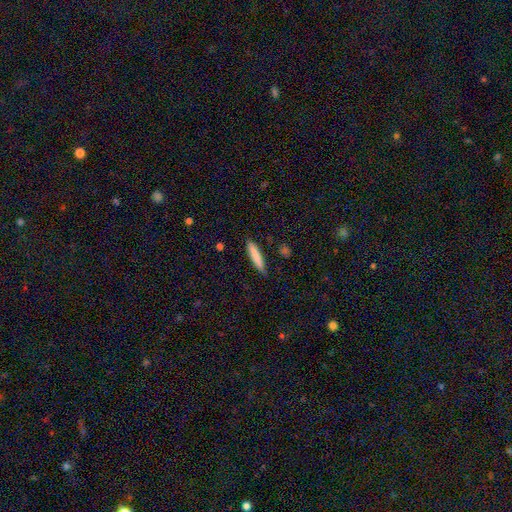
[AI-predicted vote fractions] Smooth or featured?
  - smooth: 82% *
  - featured or disk: 12%
  - star or artifact: 6%
How rounded?
  - cigar-shaped: 90% *
  - in between: 9%
  - round: 1%
Merging?
  - none: 83% *
  - minor disturbance: 13%
  - major disturbance: 2%
  - merger: 1%